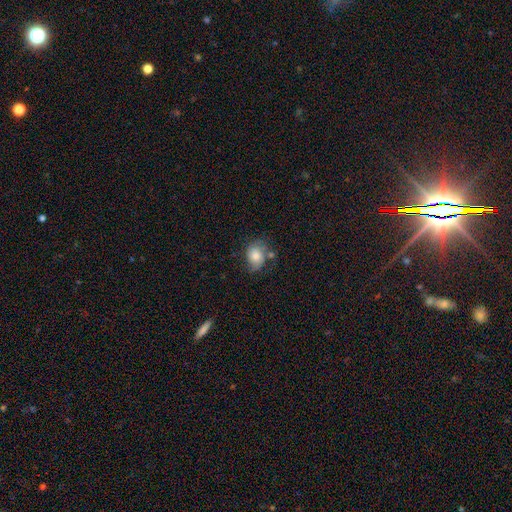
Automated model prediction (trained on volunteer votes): A smooth galaxy with no disk features (64%) that is in between round and cigar-shaped (50%). Merging: none (51%).